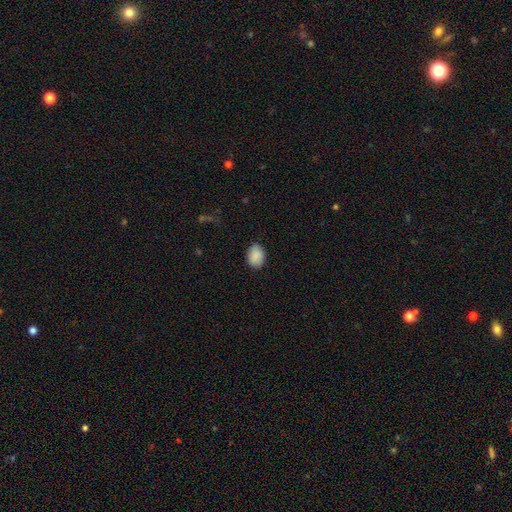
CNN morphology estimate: A smooth galaxy with no disk features (89%) that is in between round and cigar-shaped (69%).

Vote fractions:
- Smooth or featured? smooth: 89% / star or artifact: 7% / featured or disk: 4%
- How rounded? in between: 69% / round: 30% / cigar-shaped: 1%
- Merging? none: 82% / minor disturbance: 15% / major disturbance: 3% / merger: 1%